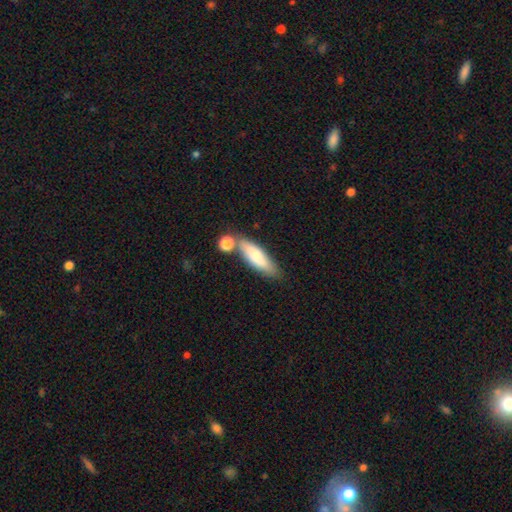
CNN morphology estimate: Smooth or featured? smooth (72%)
How rounded? cigar-shaped (56%)
Merging? none (65%)